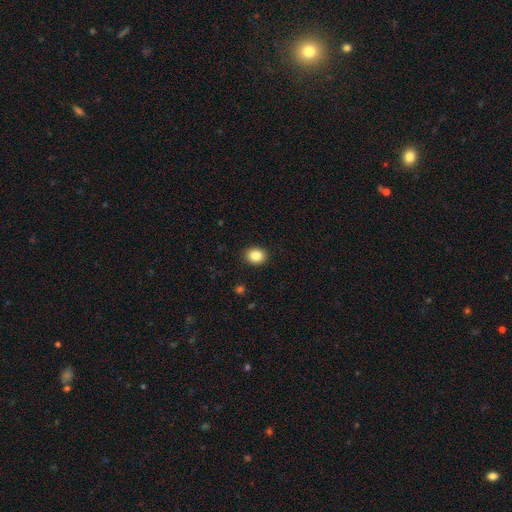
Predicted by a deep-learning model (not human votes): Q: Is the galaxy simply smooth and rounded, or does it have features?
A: smooth — 87%.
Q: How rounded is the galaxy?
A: round — 58%.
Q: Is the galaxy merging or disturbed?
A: none — 90%.